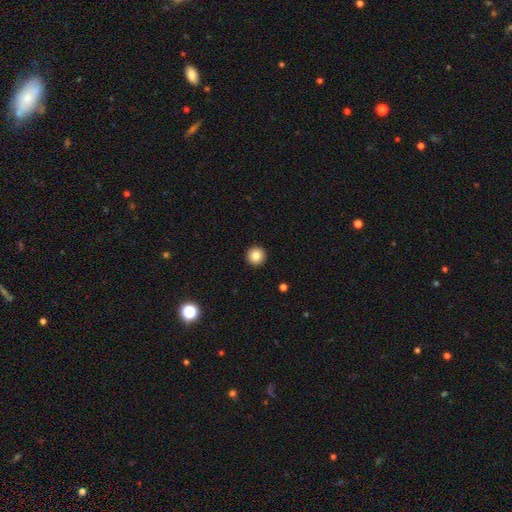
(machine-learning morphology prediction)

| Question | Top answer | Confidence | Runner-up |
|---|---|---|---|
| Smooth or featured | smooth | 84% | star or artifact (10%) |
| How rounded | round | 96% | in between (3%) |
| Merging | none | 94% | minor disturbance (4%) |